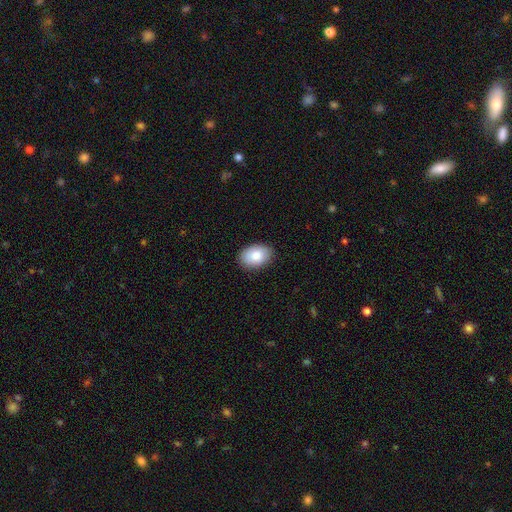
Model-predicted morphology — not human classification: Q: Smooth or featured?
A: smooth (84%); runner-up: featured or disk (9%)
Q: How rounded?
A: in between (87%); runner-up: round (12%)
Q: Merging?
A: none (88%); runner-up: minor disturbance (9%)